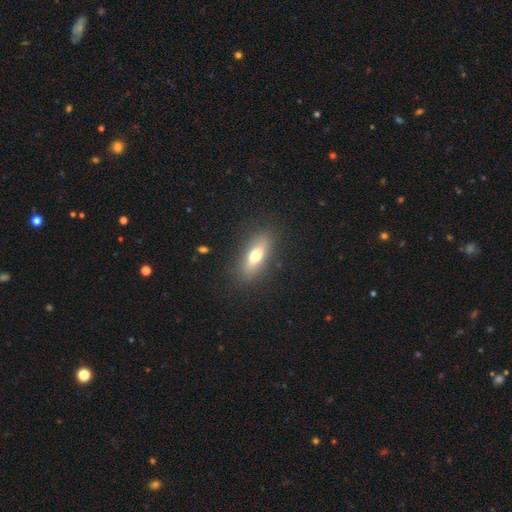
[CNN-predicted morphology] smooth_or_featured: smooth (p=0.65) [alt: featured or disk p=0.28]
how_rounded: in between (p=0.60) [alt: cigar-shaped p=0.35]
merging: none (p=0.86) [alt: minor disturbance p=0.10]